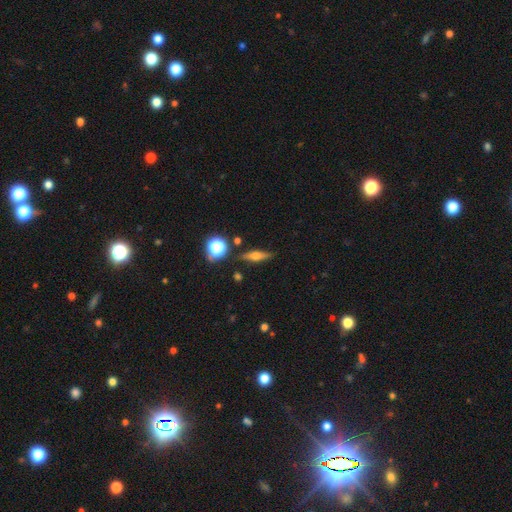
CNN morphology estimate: Smooth or featured?
  - featured or disk: 48% *
  - smooth: 41%
  - star or artifact: 11%
Merging?
  - none: 85% *
  - minor disturbance: 10%
  - merger: 3%
  - major disturbance: 2%